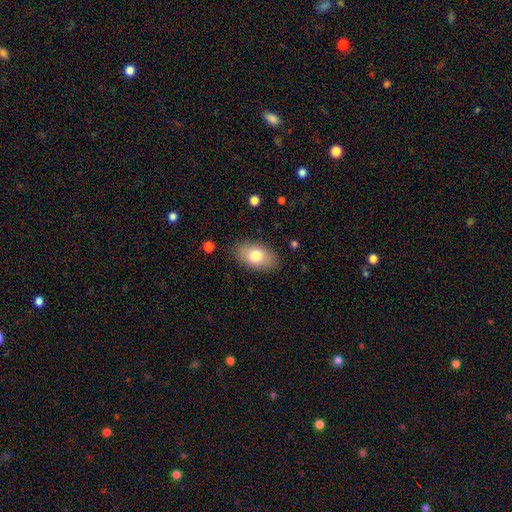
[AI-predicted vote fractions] This is likely a smooth galaxy (76%). How rounded: clearly in between (92%). Merging: clearly none (85%).